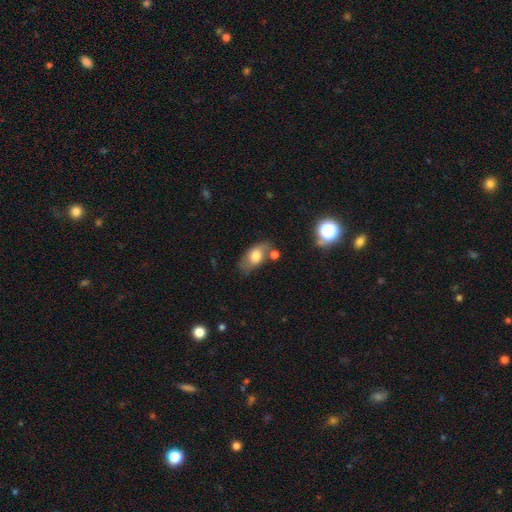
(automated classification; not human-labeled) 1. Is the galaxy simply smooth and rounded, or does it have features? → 69% smooth, 23% featured or disk, 8% star or artifact.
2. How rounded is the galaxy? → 87% in between, 8% round, 5% cigar-shaped.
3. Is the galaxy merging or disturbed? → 58% none, 22% minor disturbance, 12% merger, 8% major disturbance.